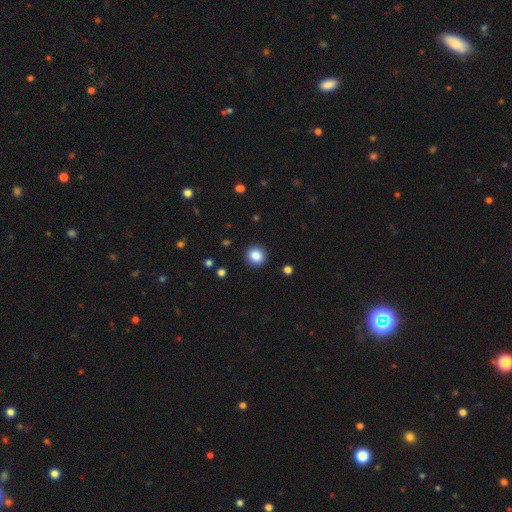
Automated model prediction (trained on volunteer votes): The model was most divided on "smooth or featured": smooth: 87%, star or artifact: 10%, featured or disk: 4%. More confident: merging — none (91%); how rounded — round (89%).